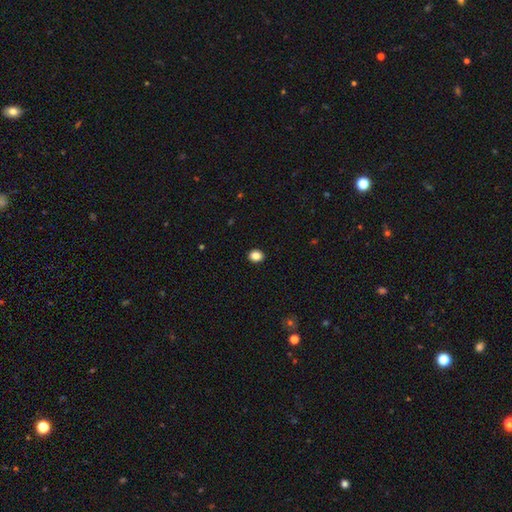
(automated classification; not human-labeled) A smooth galaxy with no disk features (86%) that is round (61%).

Vote fractions:
- Smooth or featured? smooth: 86% / star or artifact: 10% / featured or disk: 4%
- How rounded? round: 61% / in between: 38% / cigar-shaped: 1%
- Merging? none: 92% / minor disturbance: 5% / major disturbance: 2% / merger: 1%